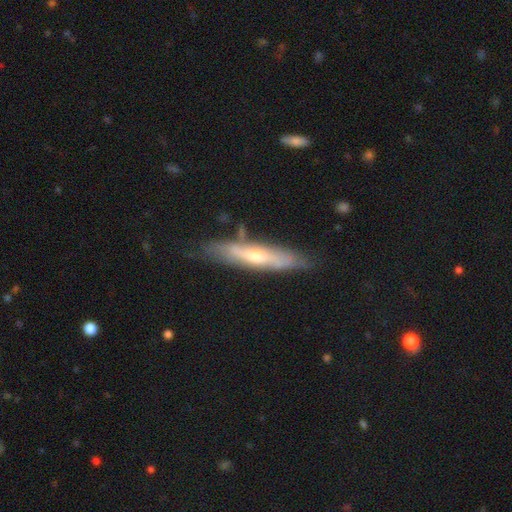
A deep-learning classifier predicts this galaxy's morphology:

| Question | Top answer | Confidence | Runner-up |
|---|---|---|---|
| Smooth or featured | featured or disk | 58% | smooth (36%) |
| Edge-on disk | yes | 67% | no (33%) |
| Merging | none | 71% | minor disturbance (21%) |